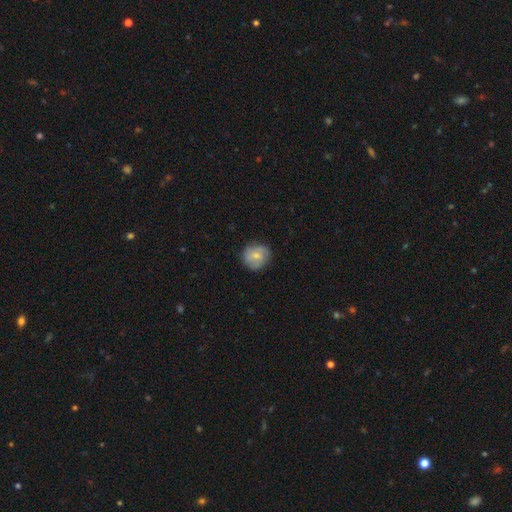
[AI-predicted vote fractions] Morphology: type=smooth (67%); roundness=round (85%); merging=none (80%).